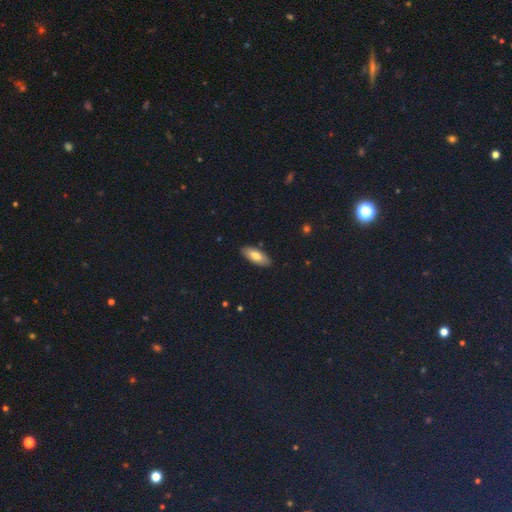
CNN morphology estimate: Smooth or featured: smooth — 74% (featured or disk — 17%)
How rounded: in between — 84% (cigar-shaped — 14%)
Merging: none — 89% (minor disturbance — 8%)